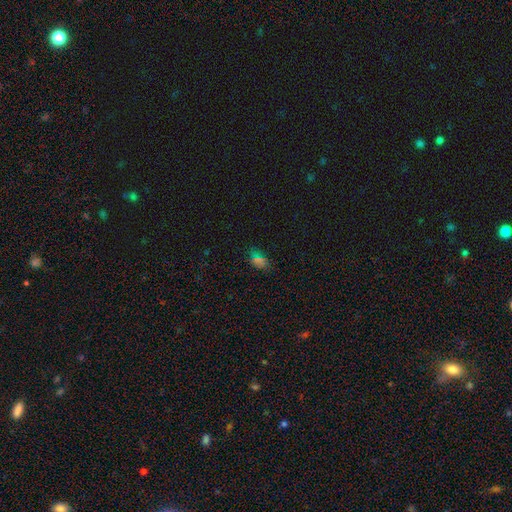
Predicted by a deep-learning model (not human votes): Smooth or featured? smooth (51%)
How rounded? in between (79%)
Merging? none (70%)